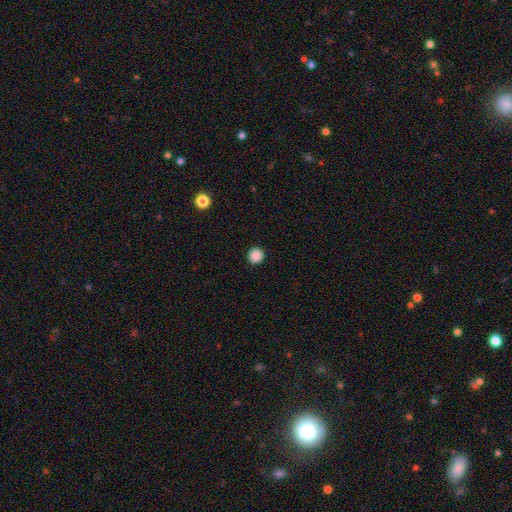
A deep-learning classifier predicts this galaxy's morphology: smooth_or_featured: smooth (p=0.88) [alt: star or artifact p=0.10]
how_rounded: round (p=0.94) [alt: in between p=0.05]
merging: none (p=0.93) [alt: minor disturbance p=0.04]